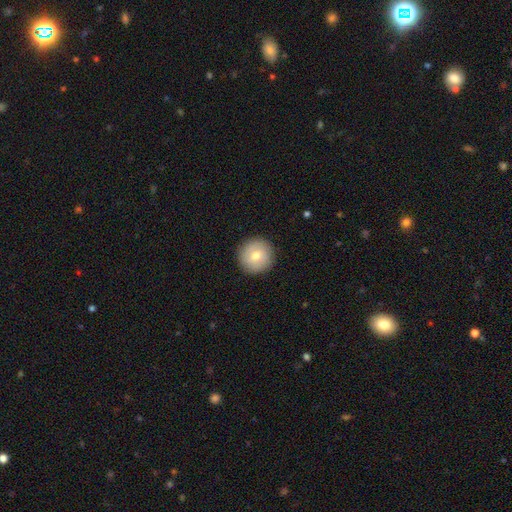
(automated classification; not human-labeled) This appears to be a smooth galaxy with no disk features (73%) that is round (95%). Merging: none (91%).